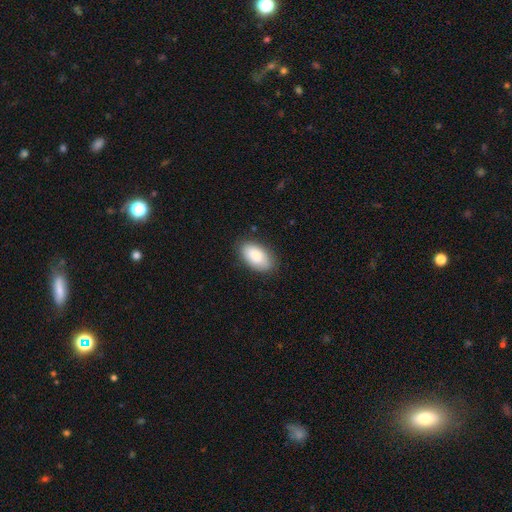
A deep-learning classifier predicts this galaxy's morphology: Q: Smooth or featured?
A: smooth (85%); runner-up: featured or disk (9%)
Q: How rounded?
A: in between (95%); runner-up: round (4%)
Q: Merging?
A: none (84%); runner-up: minor disturbance (12%)